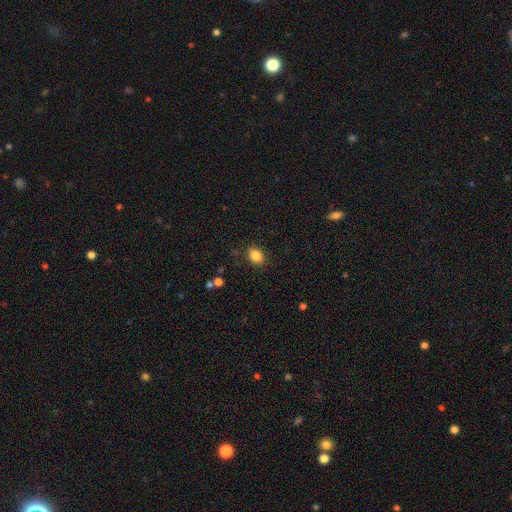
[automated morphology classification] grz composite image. It shows a smooth galaxy with no disk features (86%) that is in between round and cigar-shaped (64%). Merging: none (84%).